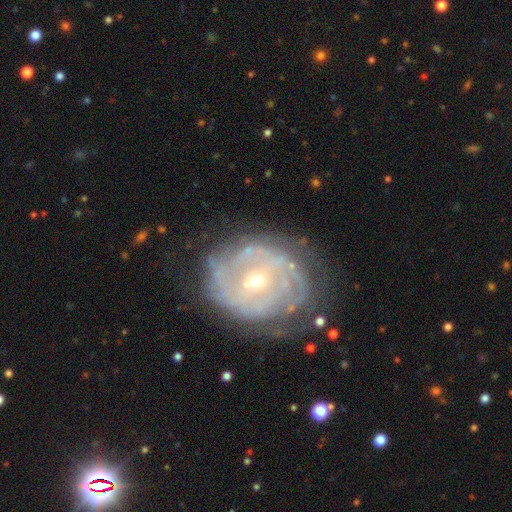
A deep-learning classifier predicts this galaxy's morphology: The model was most divided on "bar": no: 50%, weak: 37%, strong: 13%. Remaining: edge-on disk — no (96%); spiral arms — yes (87%); smooth or featured — featured or disk (83%); spiral winding — tight (71%); merging — none (68%); bulge size — small (67%); spiral arm count — can't tell (47%).